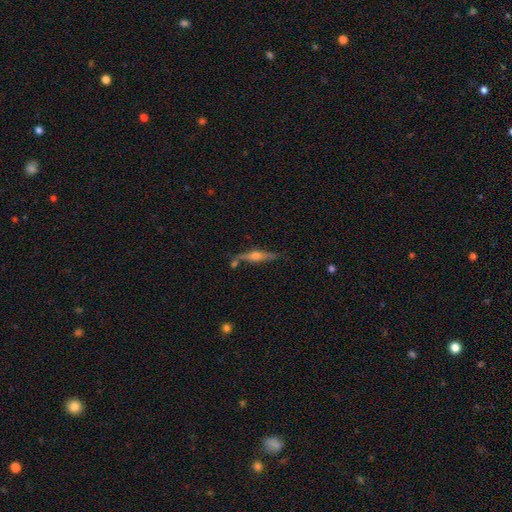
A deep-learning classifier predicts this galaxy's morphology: Smooth or featured? featured or disk (73%)
Edge-on disk? yes (97%)
Edge-on bulge? rounded (87%)
Merging? none (77%)